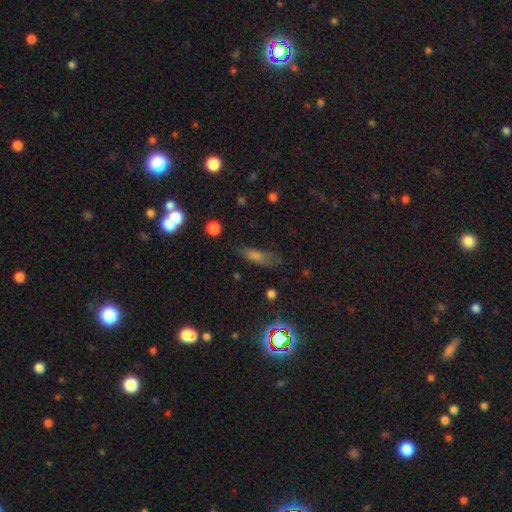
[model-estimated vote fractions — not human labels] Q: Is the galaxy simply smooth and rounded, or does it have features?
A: smooth — 62%.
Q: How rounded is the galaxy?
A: in between — 48%.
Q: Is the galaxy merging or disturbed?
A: none — 62%.